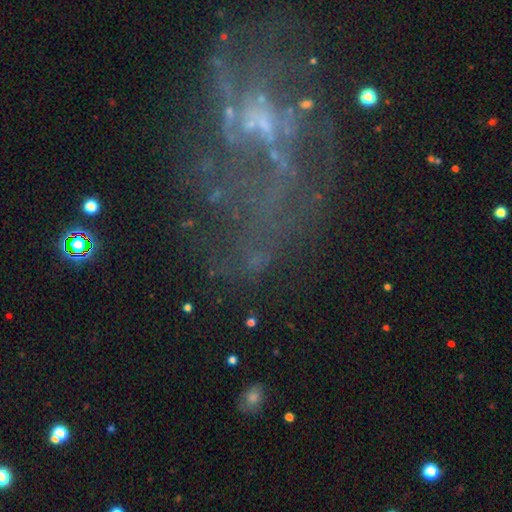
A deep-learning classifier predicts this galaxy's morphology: Overall: featured or disk (65%). Edge-on disk: no (96%). Bar: no (68%). Spiral arms: no (54%; yes 46%). Bulge size: none (54%; small 31%). Merging: none (46%; major disturbance 33%).